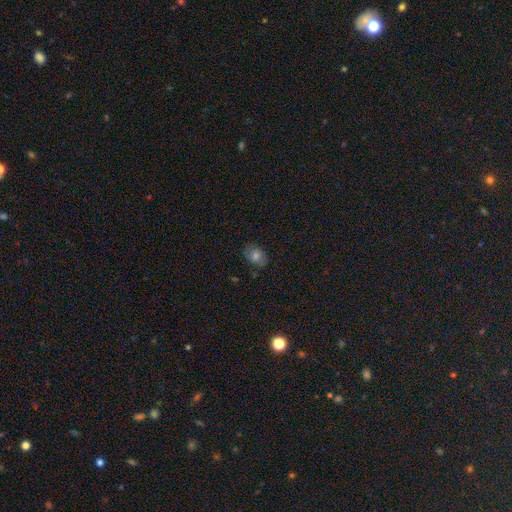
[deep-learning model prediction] Q: Smooth or featured?
A: smooth (66%); runner-up: featured or disk (19%)
Q: How rounded?
A: in between (76%); runner-up: round (22%)
Q: Merging?
A: none (79%); runner-up: minor disturbance (15%)